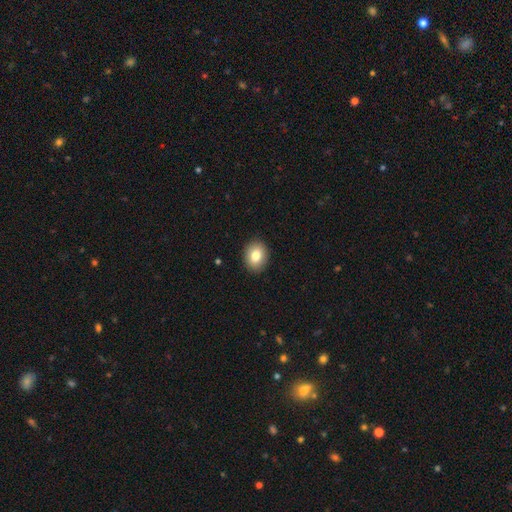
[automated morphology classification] This appears to be a smooth galaxy with no disk features (82%) that is in between round and cigar-shaped (54%). Merging: none (90%).